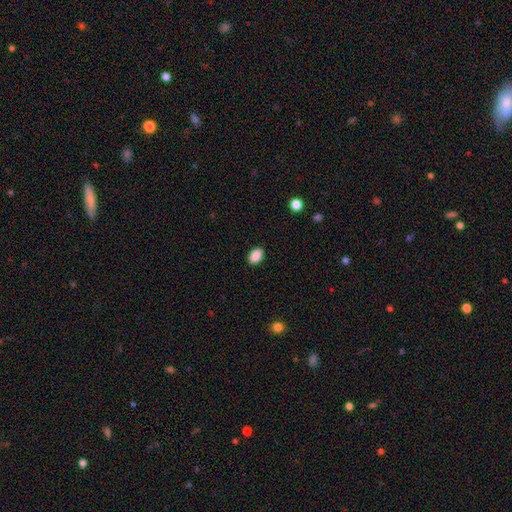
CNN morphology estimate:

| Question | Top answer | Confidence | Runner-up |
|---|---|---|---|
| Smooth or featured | smooth | 89% | star or artifact (8%) |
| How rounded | in between | 86% | round (13%) |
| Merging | none | 89% | minor disturbance (8%) |